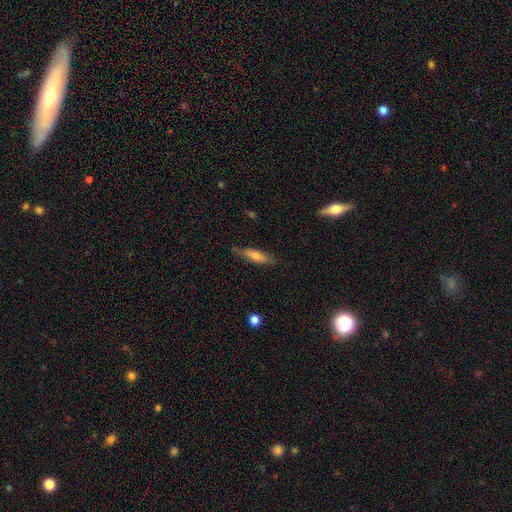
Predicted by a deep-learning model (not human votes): Smooth or featured? smooth (54%)
How rounded? cigar-shaped (74%)
Merging? none (79%)